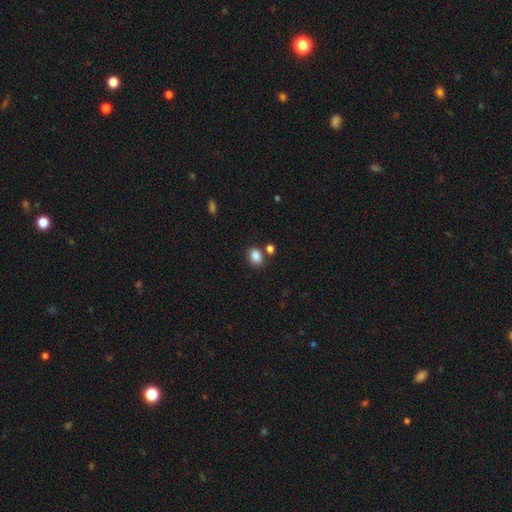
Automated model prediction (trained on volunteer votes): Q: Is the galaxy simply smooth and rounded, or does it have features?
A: smooth — 85%.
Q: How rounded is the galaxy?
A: in between — 56%.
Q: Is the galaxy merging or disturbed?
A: none — 70%.